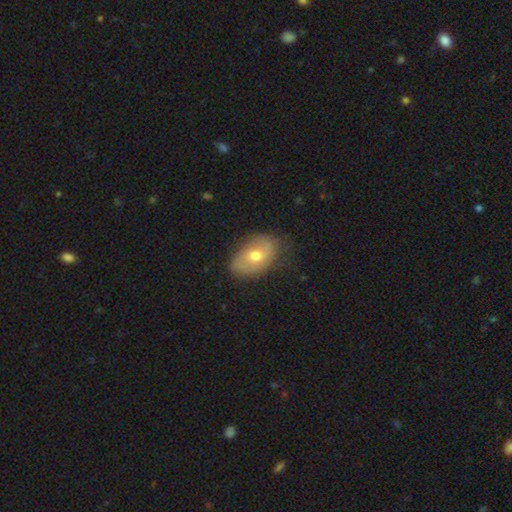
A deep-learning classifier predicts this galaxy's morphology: The model was most divided on "smooth or featured": smooth: 47%, featured or disk: 46%, star or artifact: 7%. More confident: merging — none (73%).